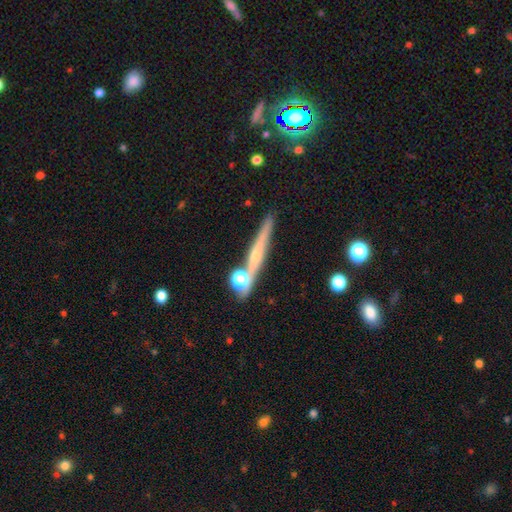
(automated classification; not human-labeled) Q: Smooth or featured?
A: featured or disk (59%); runner-up: smooth (31%)
Q: Edge-on disk?
A: yes (95%); runner-up: no (5%)
Q: Edge-on bulge?
A: rounded (64%); runner-up: none (29%)
Q: Merging?
A: none (77%); runner-up: minor disturbance (10%)